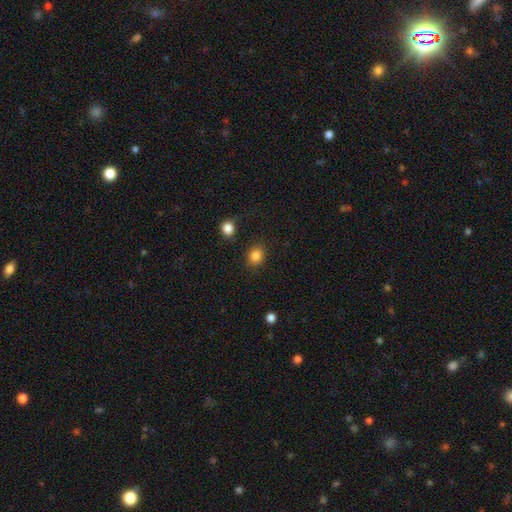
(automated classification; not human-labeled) A smooth galaxy with no disk features (85%) that is round (65%). Merging: none (85%).